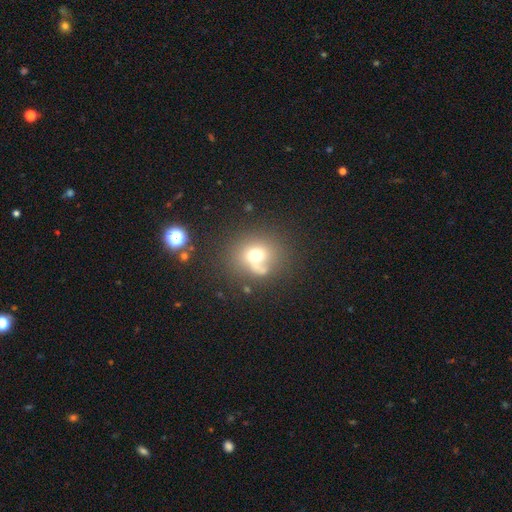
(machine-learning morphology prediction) Overall: smooth (65%). How rounded: round (74%). Merging: none (52%; minor disturbance 18%).